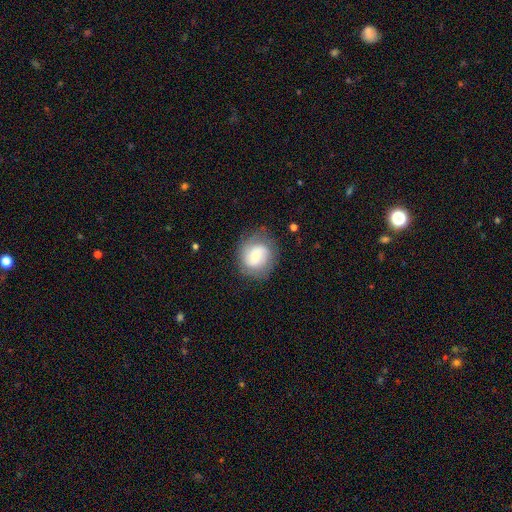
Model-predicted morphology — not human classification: smooth-or-featured: smooth: 50% | featured or disk: 41% | star or artifact: 8%
  how-rounded: round: 76% | in between: 23% | cigar-shaped: 1%
  merging: none: 73% | minor disturbance: 18% | major disturbance: 8% | merger: 1%